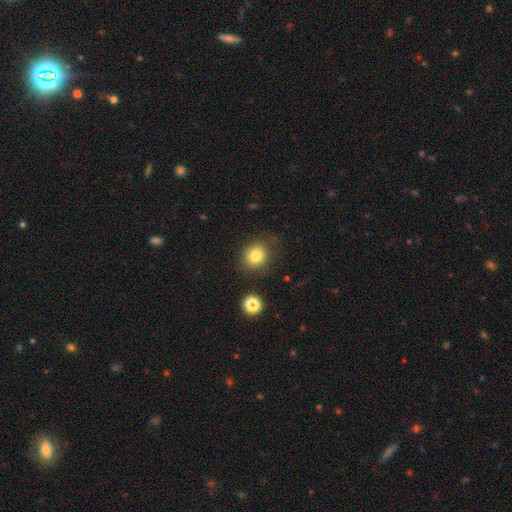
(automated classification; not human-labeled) A smooth galaxy with no disk features (80%) that is round (84%).

Vote fractions:
- Smooth or featured? smooth: 80% / star or artifact: 12% / featured or disk: 8%
- How rounded? round: 84% / in between: 15% / cigar-shaped: 1%
- Merging? none: 78% / minor disturbance: 14% / major disturbance: 5% / merger: 3%